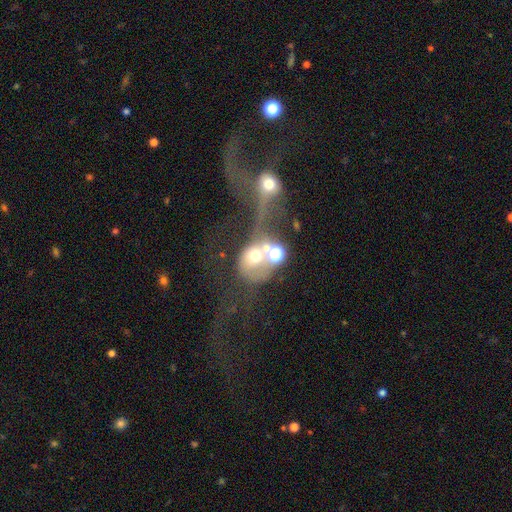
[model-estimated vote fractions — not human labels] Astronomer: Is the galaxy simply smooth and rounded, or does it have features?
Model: smooth — 46% (runner-up: featured or disk, 34%).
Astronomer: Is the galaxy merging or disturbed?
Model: merger — 52%.